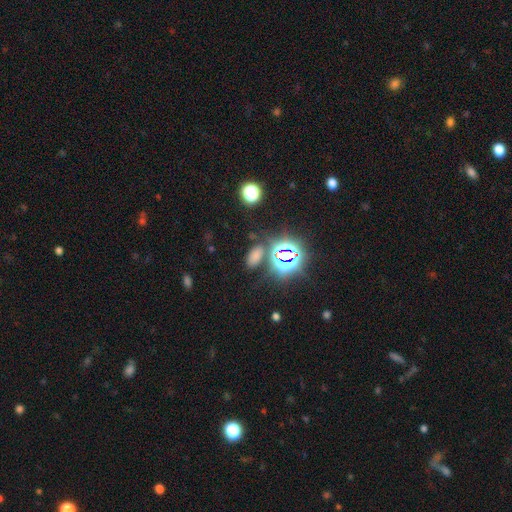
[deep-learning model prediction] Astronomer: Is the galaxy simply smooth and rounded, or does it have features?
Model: smooth — 55% (runner-up: star or artifact, 37%).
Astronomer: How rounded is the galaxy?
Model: in between — 88%.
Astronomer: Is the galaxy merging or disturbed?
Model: none — 77%.